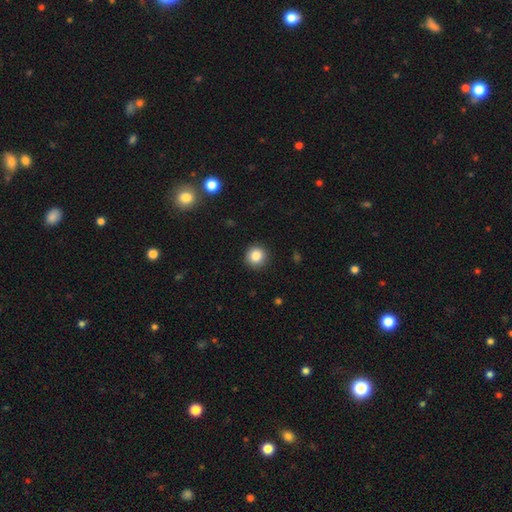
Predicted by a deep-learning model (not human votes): A smooth galaxy with no disk features (85%) that is round (94%). Merging: none (92%).